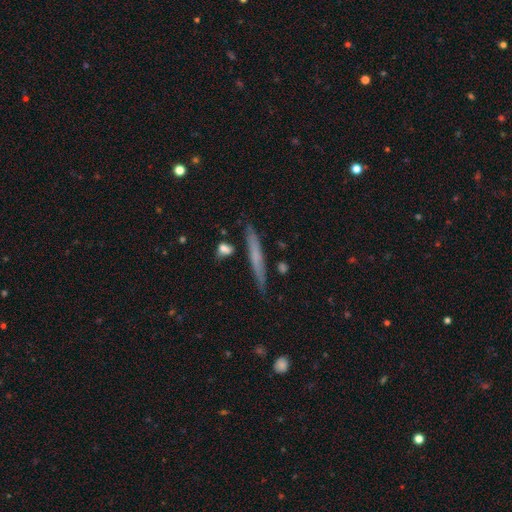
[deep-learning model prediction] A smooth galaxy with no disk features (52%) that is cigar-shaped (95%).

Vote fractions:
- Smooth or featured? smooth: 52% / featured or disk: 41% / star or artifact: 7%
- How rounded? cigar-shaped: 95% / in between: 3% / round: 2%
- Merging? none: 85% / minor disturbance: 11% / merger: 2% / major disturbance: 2%